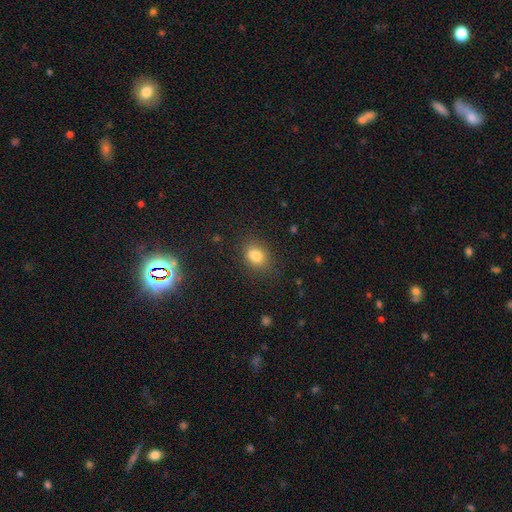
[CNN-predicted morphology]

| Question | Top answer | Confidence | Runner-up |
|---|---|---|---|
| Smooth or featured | smooth | 79% | star or artifact (12%) |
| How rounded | in between | 62% | round (37%) |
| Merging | none | 70% | minor disturbance (18%) |